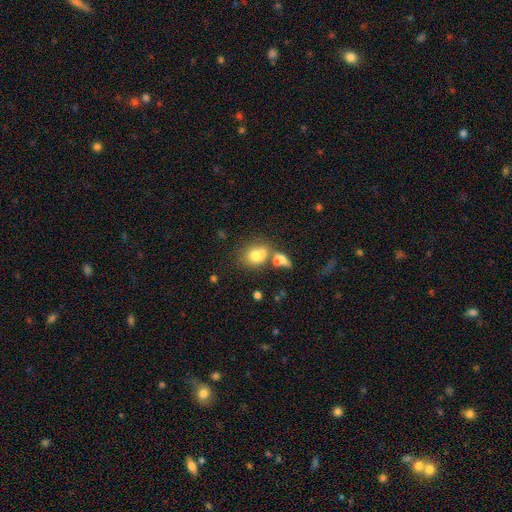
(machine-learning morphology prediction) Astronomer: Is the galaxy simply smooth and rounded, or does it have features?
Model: smooth — 72%.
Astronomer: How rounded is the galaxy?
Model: round — 54% (runner-up: in between, 45%).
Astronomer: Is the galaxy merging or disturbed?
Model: merger — 43% (runner-up: none, 36%).